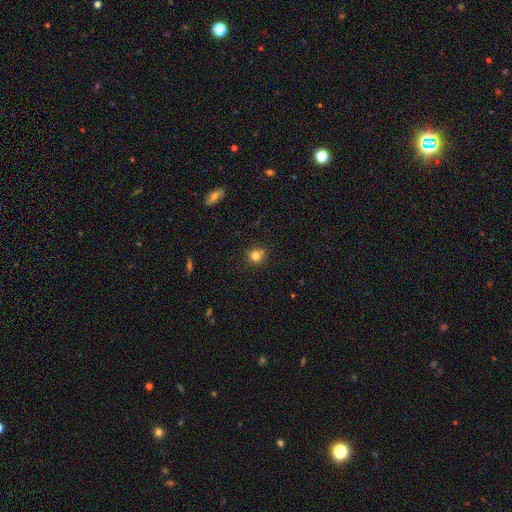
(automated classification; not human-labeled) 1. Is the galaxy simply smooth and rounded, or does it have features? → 79% smooth, 14% star or artifact, 8% featured or disk.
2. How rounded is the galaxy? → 88% round, 11% in between, 1% cigar-shaped.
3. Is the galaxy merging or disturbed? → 76% none, 11% minor disturbance, 10% merger, 3% major disturbance.